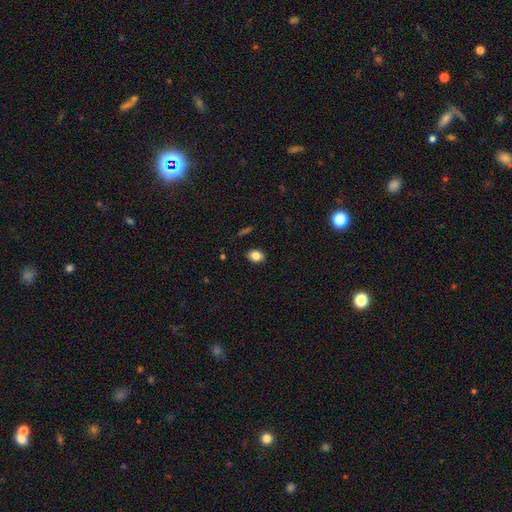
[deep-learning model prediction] smooth 84%, star or artifact 9%, featured or disk 7%. Down the decision tree: how rounded — in between (67%); merging — none (88%).